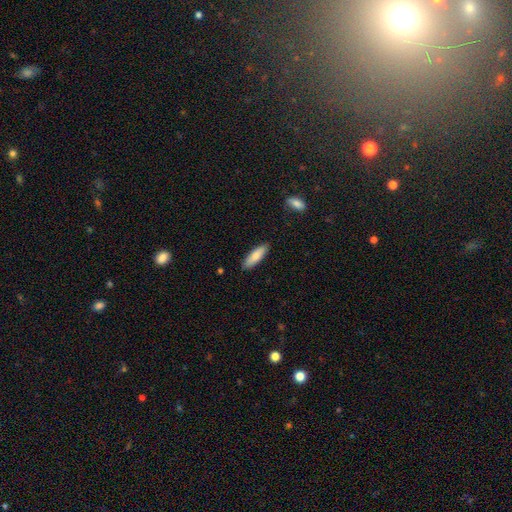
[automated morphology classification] type=smooth (80%); roundness=cigar-shaped (52%); merging=none (88%).